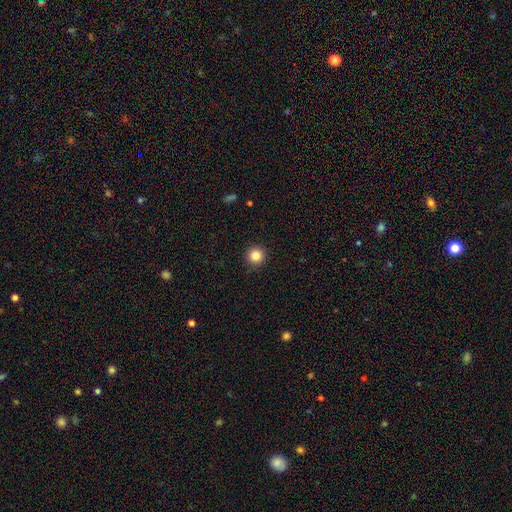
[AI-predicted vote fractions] This is clearly a smooth galaxy (85%). How rounded: clearly round (96%). Merging: clearly none (93%).